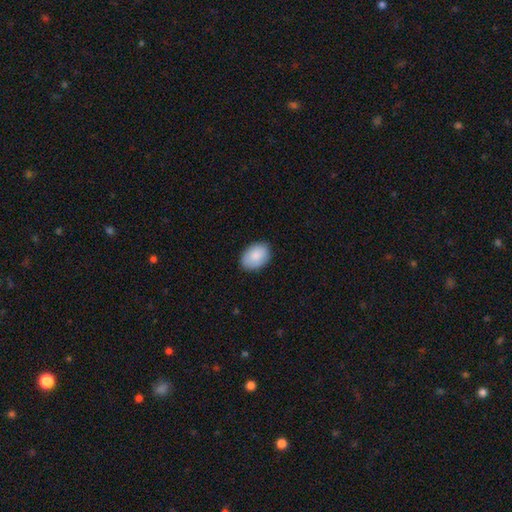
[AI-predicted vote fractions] smooth_or_featured: smooth (p=0.87) [alt: featured or disk p=0.07]
how_rounded: in between (p=0.84) [alt: round p=0.15]
merging: none (p=0.86) [alt: minor disturbance p=0.11]